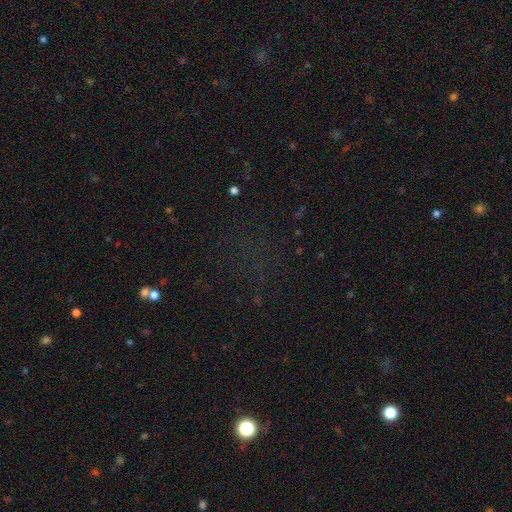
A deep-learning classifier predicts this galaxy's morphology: Smooth or featured? star or artifact (62%)